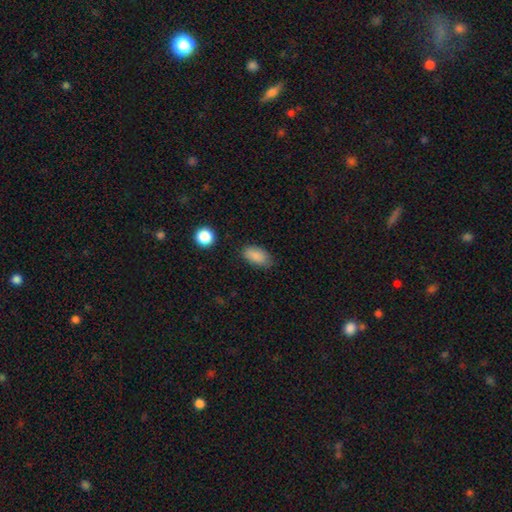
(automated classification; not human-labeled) smooth-or-featured: smooth: 87% | star or artifact: 9% | featured or disk: 4%
  how-rounded: in between: 92% | round: 5% | cigar-shaped: 4%
  merging: none: 76% | minor disturbance: 18% | major disturbance: 4% | merger: 2%